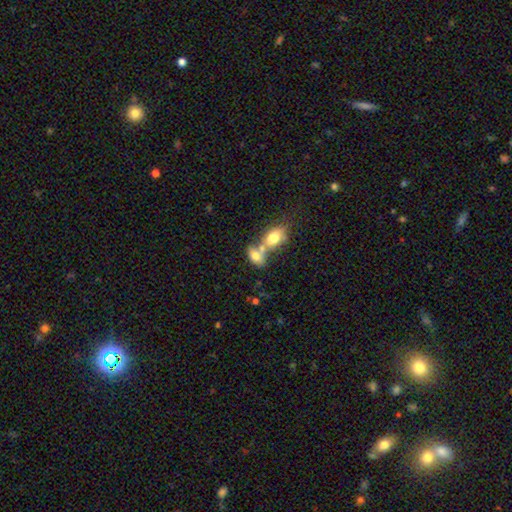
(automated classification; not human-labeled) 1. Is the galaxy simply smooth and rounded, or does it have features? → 74% smooth, 17% featured or disk, 9% star or artifact.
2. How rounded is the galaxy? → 87% in between, 10% round, 3% cigar-shaped.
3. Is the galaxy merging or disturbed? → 64% merger, 24% none, 8% minor disturbance, 4% major disturbance.